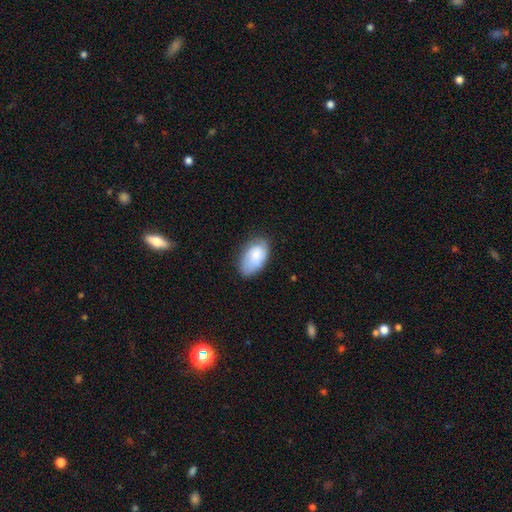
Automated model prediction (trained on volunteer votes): Morphology: type=smooth (78%); roundness=in between (94%); merging=none (69%).